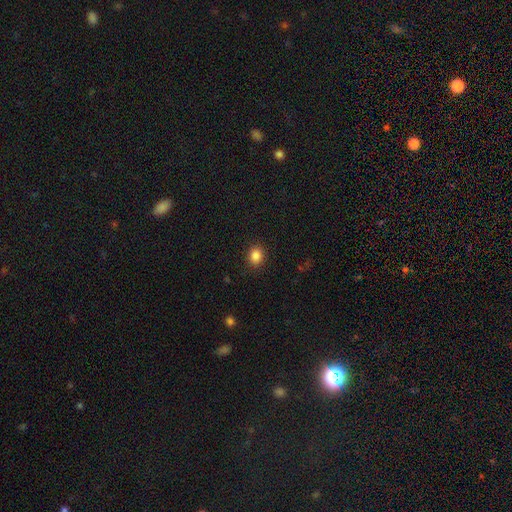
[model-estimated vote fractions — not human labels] The model was most divided on "how rounded": round: 66%, in between: 33%, cigar-shaped: 1%. More confident: merging — none (89%); smooth or featured — smooth (86%).